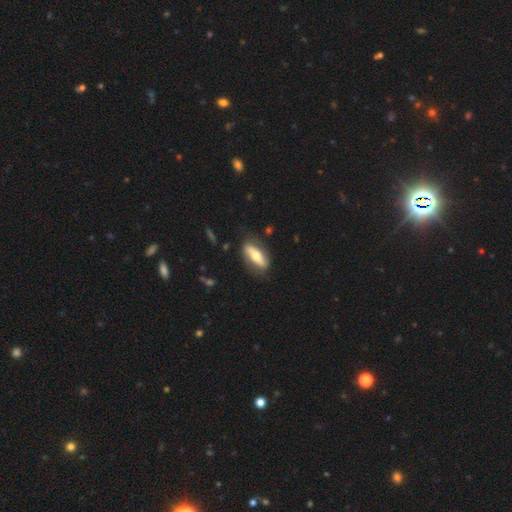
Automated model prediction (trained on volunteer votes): featured or disk 48%, smooth 46%, star or artifact 6%. Down the decision tree: merging — none (77%).